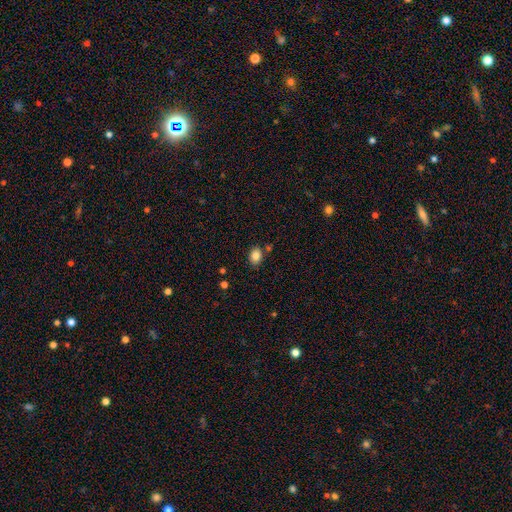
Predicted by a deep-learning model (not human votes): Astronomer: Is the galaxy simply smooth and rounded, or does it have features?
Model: smooth — 85%.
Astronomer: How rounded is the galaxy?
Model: in between — 71%.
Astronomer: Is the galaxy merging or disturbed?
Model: none — 80%.